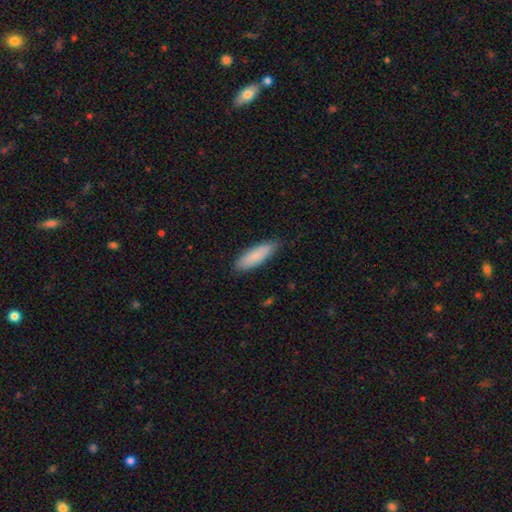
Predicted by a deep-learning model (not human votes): Overall: smooth (85%). How rounded: in between (56%; cigar-shaped 43%). Merging: none (83%).